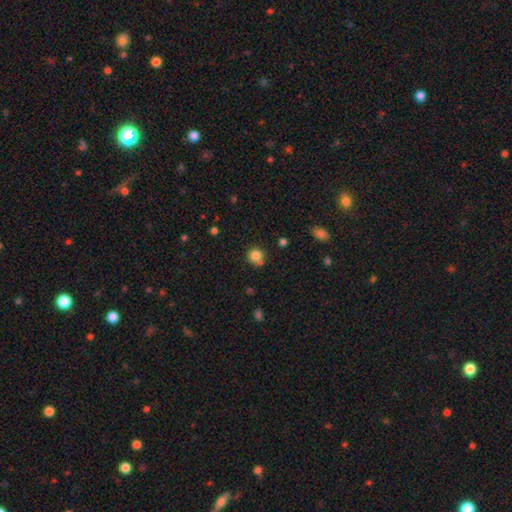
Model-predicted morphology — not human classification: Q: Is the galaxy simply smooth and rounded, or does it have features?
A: smooth — 82%.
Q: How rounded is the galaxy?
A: round — 91%.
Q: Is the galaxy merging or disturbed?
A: none — 73%.